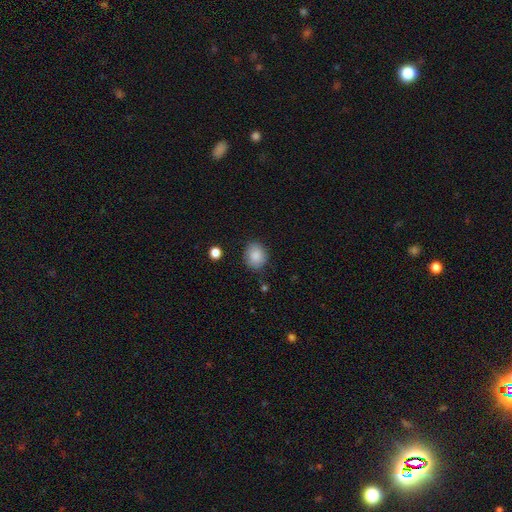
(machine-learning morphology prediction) type=smooth (85%); roundness=round (69%); merging=none (79%).